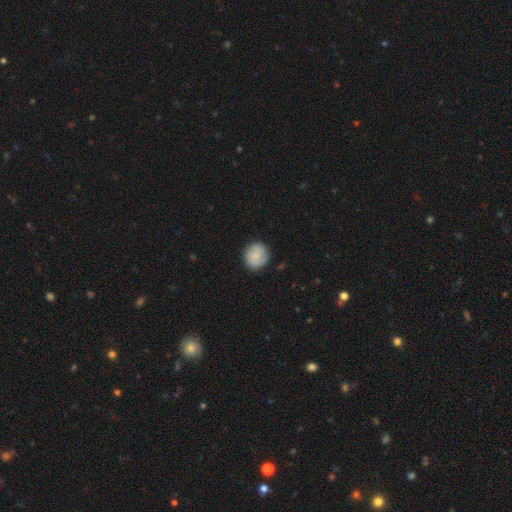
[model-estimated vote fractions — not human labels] This is likely a smooth galaxy (71%). How rounded: clearly round (87%). Merging: clearly none (86%).